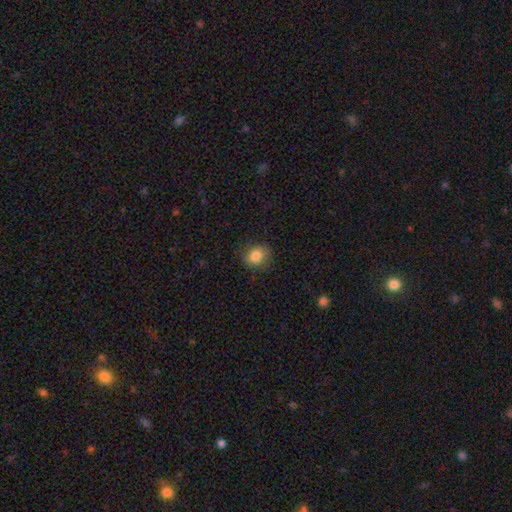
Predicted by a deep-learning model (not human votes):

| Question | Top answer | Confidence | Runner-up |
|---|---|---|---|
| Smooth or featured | smooth | 83% | star or artifact (9%) |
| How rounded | round | 60% | in between (39%) |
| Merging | none | 78% | minor disturbance (16%) |